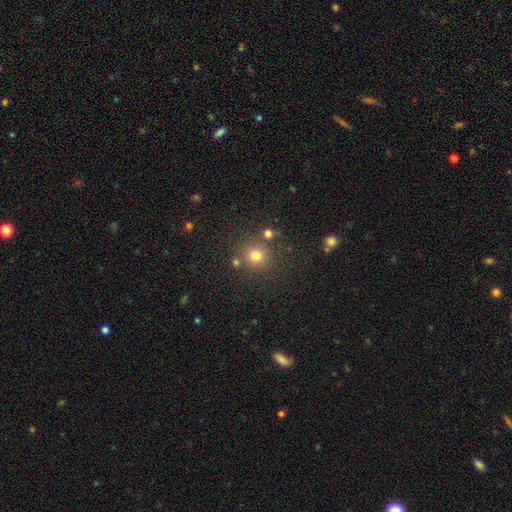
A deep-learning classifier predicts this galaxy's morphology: The model was most divided on "smooth or featured": smooth: 76%, star or artifact: 17%, featured or disk: 7%. More confident: how rounded — round (92%); merging — none (79%).